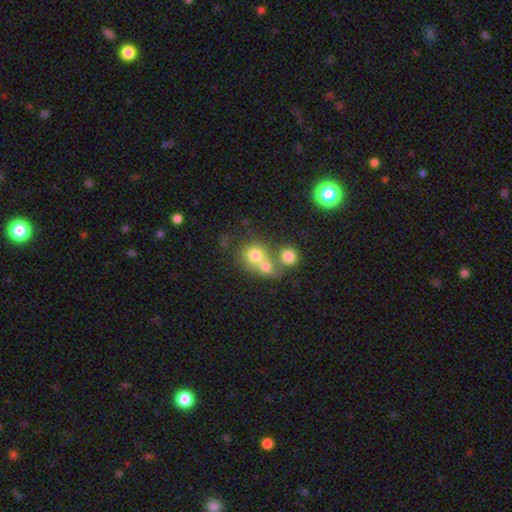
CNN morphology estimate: type=smooth (72%); roundness=round (78%); merging=merger (56%).